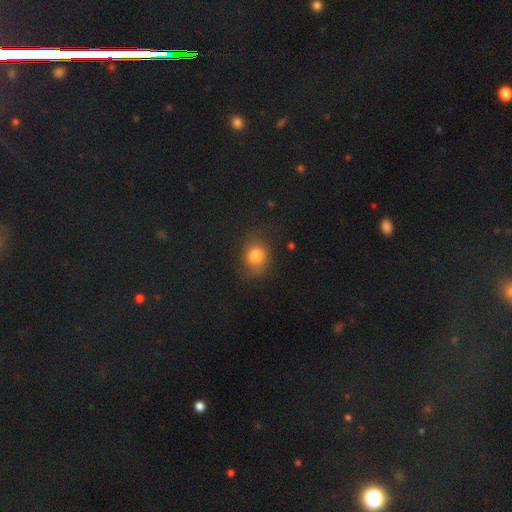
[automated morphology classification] A smooth galaxy with no disk features (79%) that is round (60%). Merging: none (68%).